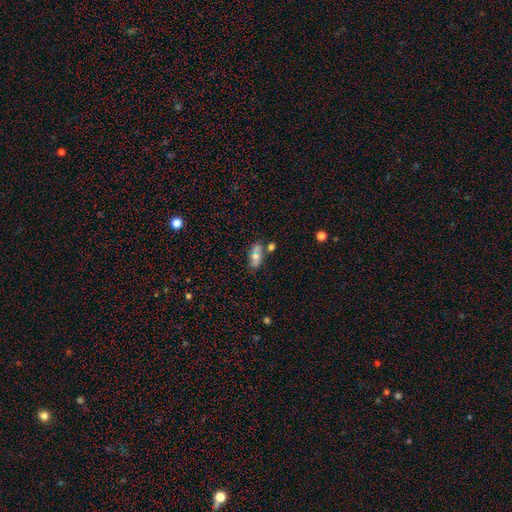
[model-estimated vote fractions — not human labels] Morphology: type=smooth (61%); roundness=in between (82%); merging=none (57%).